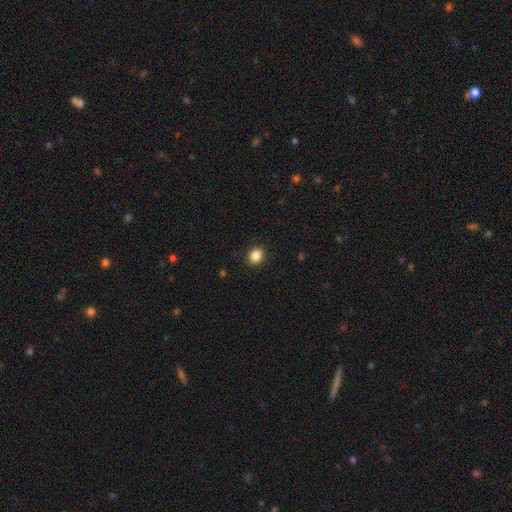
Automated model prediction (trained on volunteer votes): This is clearly a smooth galaxy (87%). How rounded: possibly round (55%). Merging: clearly none (90%).